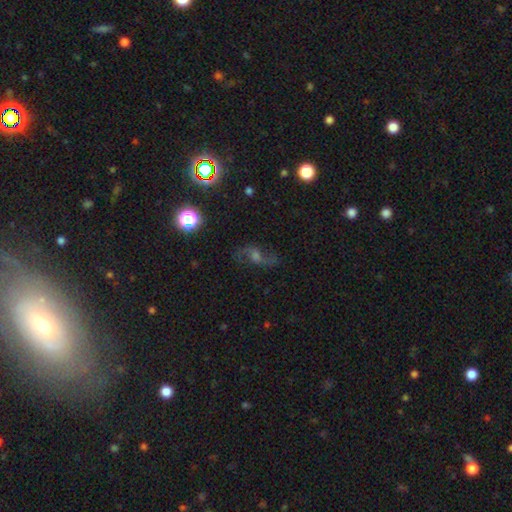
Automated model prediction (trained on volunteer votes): Morphology: type=featured or disk (67%); edge-on=no (94%); bar=no (49%); spiral arms=yes (94%); winding=loose (71%); arm count=2 (91%); bulge=moderate (45%); merging=none (74%).